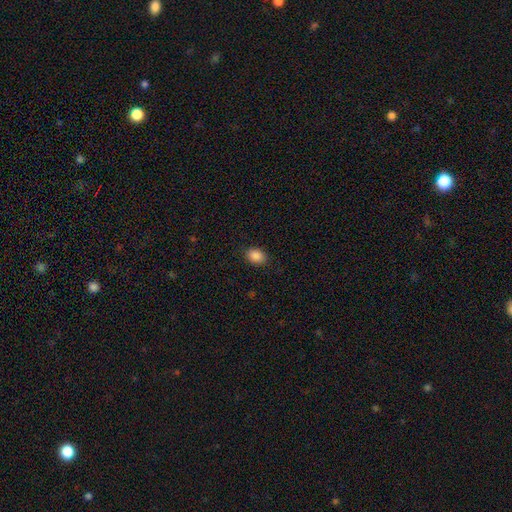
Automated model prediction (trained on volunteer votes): Smooth or featured: smooth — 88% (star or artifact — 9%)
How rounded: in between — 77% (round — 22%)
Merging: none — 88% (minor disturbance — 9%)